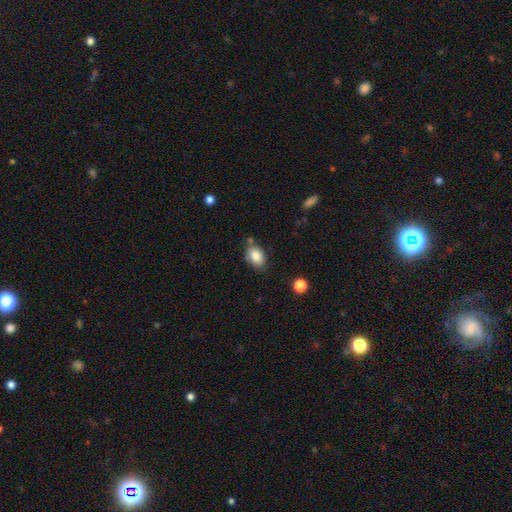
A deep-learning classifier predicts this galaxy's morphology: Q: Smooth or featured?
A: smooth (84%); runner-up: featured or disk (8%)
Q: How rounded?
A: in between (83%); runner-up: round (16%)
Q: Merging?
A: none (70%); runner-up: minor disturbance (18%)